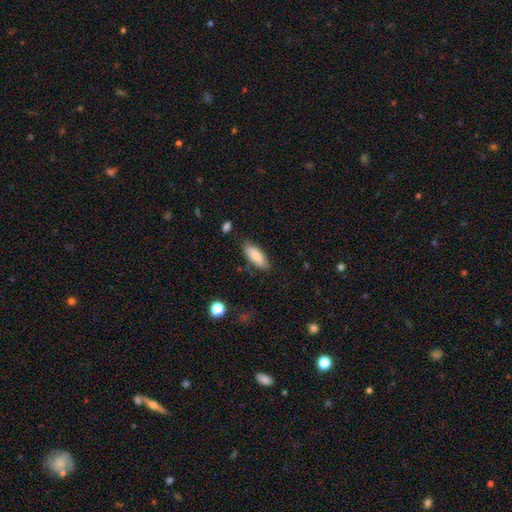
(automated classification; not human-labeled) The model was most divided on "how rounded": in between: 77%, cigar-shaped: 21%, round: 2%. More confident: smooth or featured — smooth (85%); merging — none (81%).